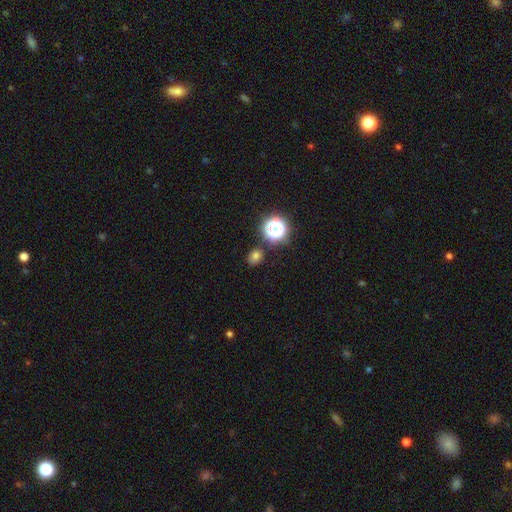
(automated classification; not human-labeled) Morphology: type=smooth (70%); roundness=round (62%); merging=none (83%).